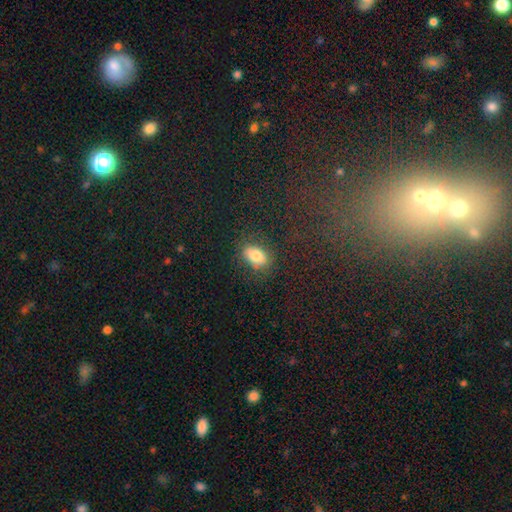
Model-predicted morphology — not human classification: Smooth or featured? Predicted: smooth (p=0.77). How rounded? Predicted: in between (p=0.85). Merging? Predicted: none (p=0.78).